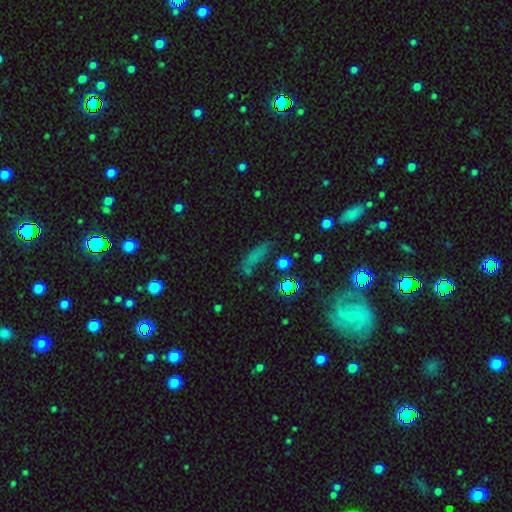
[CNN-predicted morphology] smooth-or-featured: smooth: 61% | star or artifact: 25% | featured or disk: 14%
  how-rounded: cigar-shaped: 58% | in between: 35% | round: 7%
  merging: none: 66% | minor disturbance: 19% | major disturbance: 8% | merger: 7%